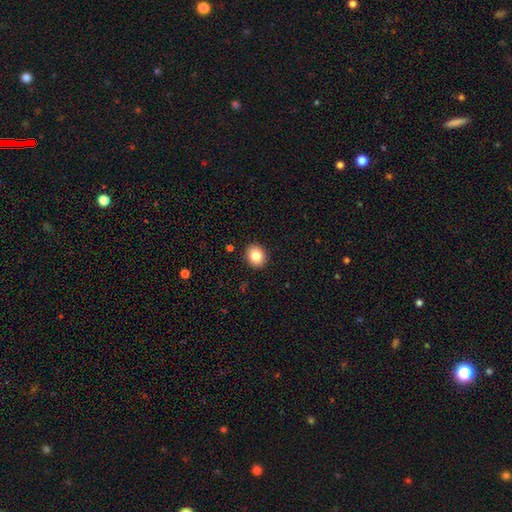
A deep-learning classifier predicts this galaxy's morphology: Smooth or featured? Predicted: smooth (p=0.84). How rounded? Predicted: round (p=0.70). Merging? Predicted: none (p=0.91).